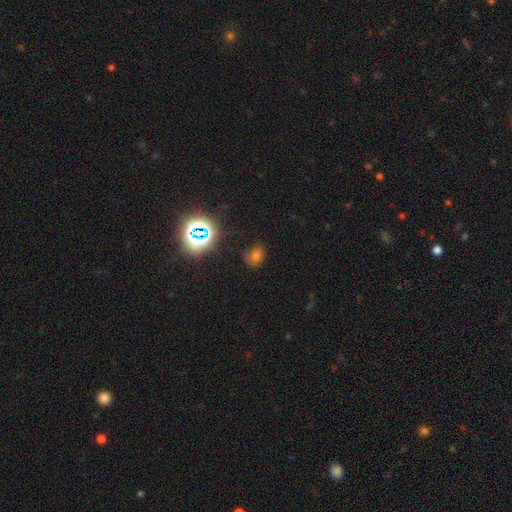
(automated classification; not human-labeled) Smooth or featured?
  - smooth: 52% *
  - star or artifact: 38%
  - featured or disk: 10%
How rounded?
  - in between: 51% *
  - round: 47%
  - cigar-shaped: 2%
Merging?
  - none: 74% *
  - minor disturbance: 17%
  - major disturbance: 6%
  - merger: 2%